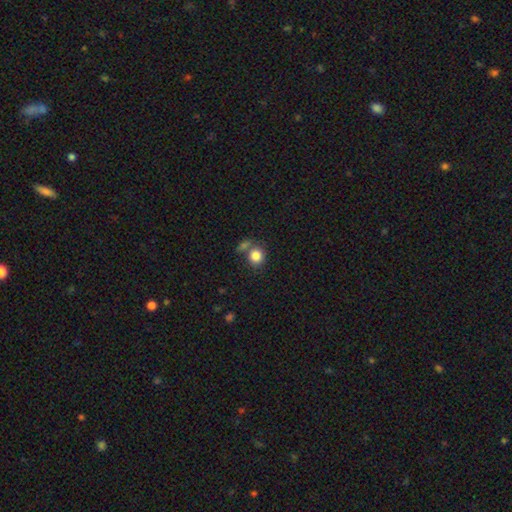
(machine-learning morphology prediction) The model was most divided on "merging": none: 55%, merger: 28%, minor disturbance: 12%, major disturbance: 5%. More confident: smooth or featured — smooth (84%); how rounded — round (82%).